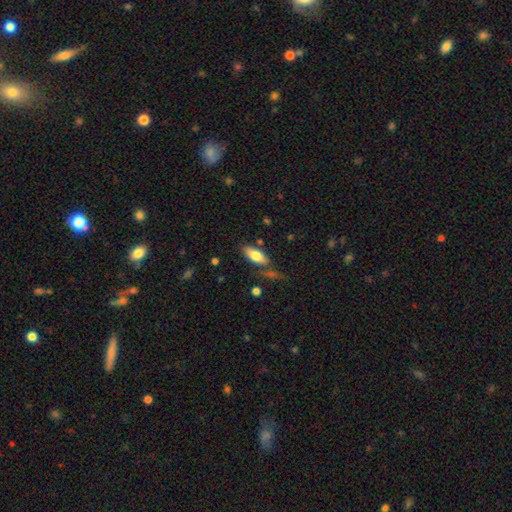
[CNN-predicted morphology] smooth-or-featured: smooth: 76% | featured or disk: 18% | star or artifact: 6%
  how-rounded: in between: 81% | cigar-shaped: 16% | round: 2%
  merging: none: 66% | minor disturbance: 18% | merger: 10% | major disturbance: 6%